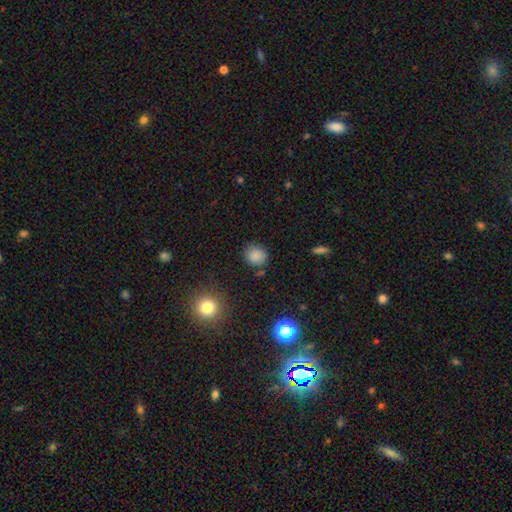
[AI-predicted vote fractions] A smooth galaxy with no disk features (83%) that is round (78%).

Vote fractions:
- Smooth or featured? smooth: 83% / star or artifact: 12% / featured or disk: 4%
- How rounded? round: 78% / in between: 21% / cigar-shaped: 1%
- Merging? none: 82% / minor disturbance: 11% / merger: 4% / major disturbance: 3%